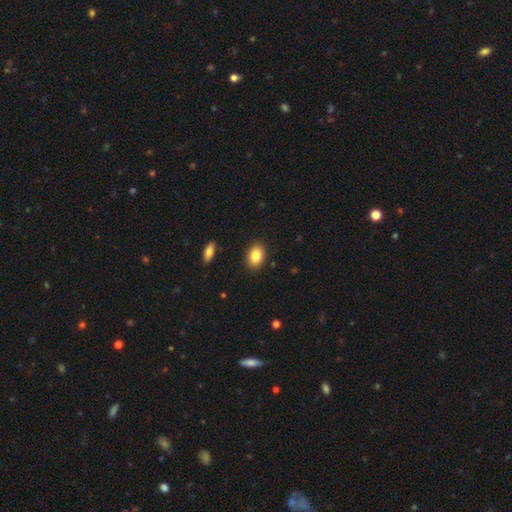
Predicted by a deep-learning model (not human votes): smooth_or_featured: smooth (p=0.86) [alt: star or artifact p=0.08]
how_rounded: in between (p=0.82) [alt: round p=0.17]
merging: none (p=0.89) [alt: minor disturbance p=0.08]